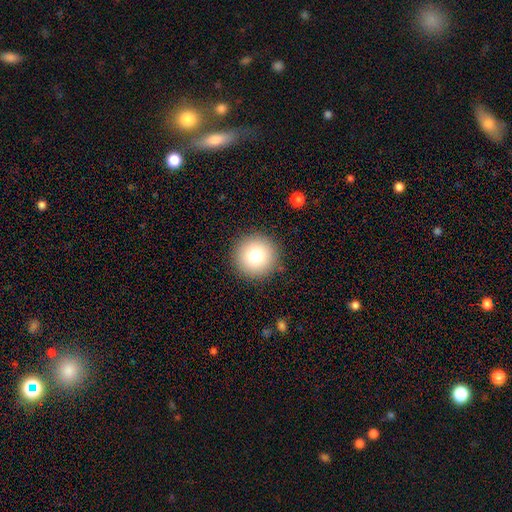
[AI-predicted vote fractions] smooth-or-featured: smooth: 81% | star or artifact: 10% | featured or disk: 9%
  how-rounded: round: 96% | in between: 3% | cigar-shaped: 1%
  merging: none: 91% | minor disturbance: 6% | major disturbance: 2% | merger: 1%